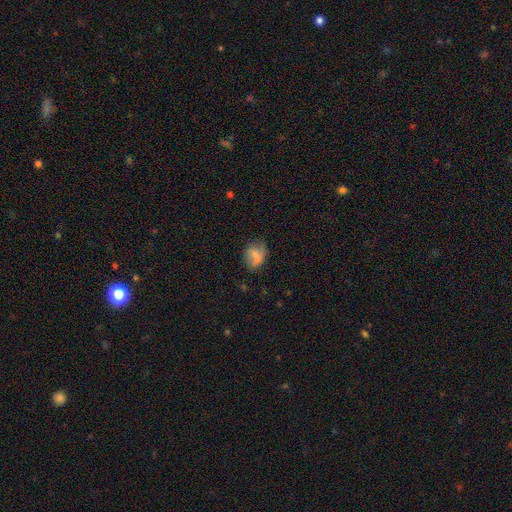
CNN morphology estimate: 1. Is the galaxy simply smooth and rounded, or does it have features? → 65% smooth, 25% featured or disk, 10% star or artifact.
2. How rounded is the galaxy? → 59% in between, 39% round, 2% cigar-shaped.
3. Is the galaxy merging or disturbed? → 52% none, 29% minor disturbance, 15% major disturbance, 5% merger.